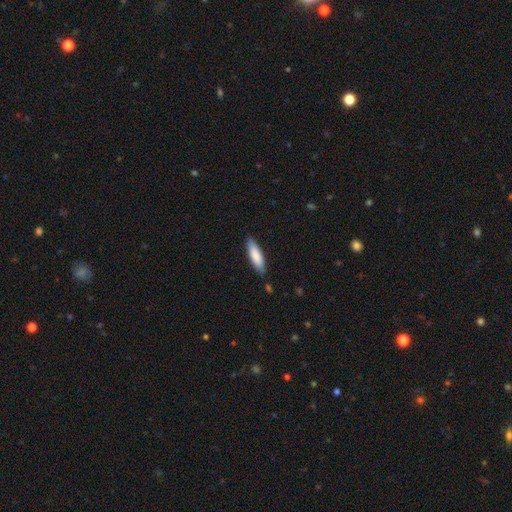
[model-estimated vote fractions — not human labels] This appears to be a smooth galaxy with no disk features (84%) that is cigar-shaped (59%). Merging: none (83%).